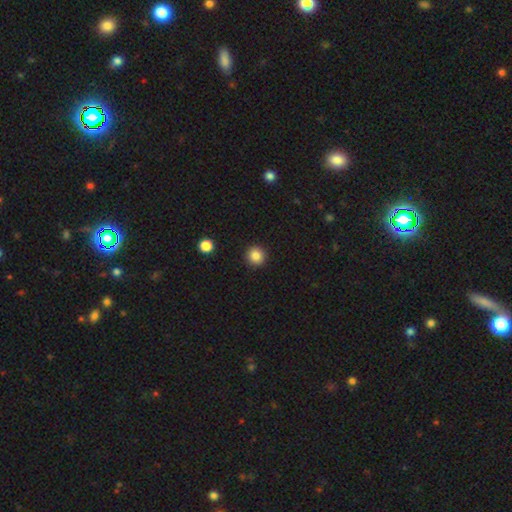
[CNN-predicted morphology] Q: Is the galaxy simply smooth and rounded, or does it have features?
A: smooth — 86%.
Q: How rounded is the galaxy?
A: round — 94%.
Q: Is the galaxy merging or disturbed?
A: none — 92%.